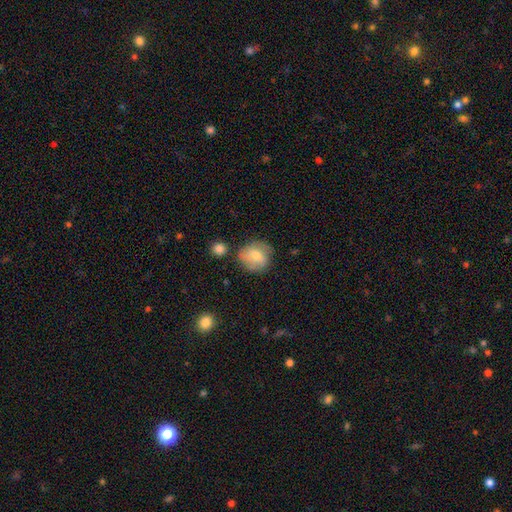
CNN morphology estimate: A smooth galaxy with no disk features (66%) that is round (79%). Merging: none (67%).